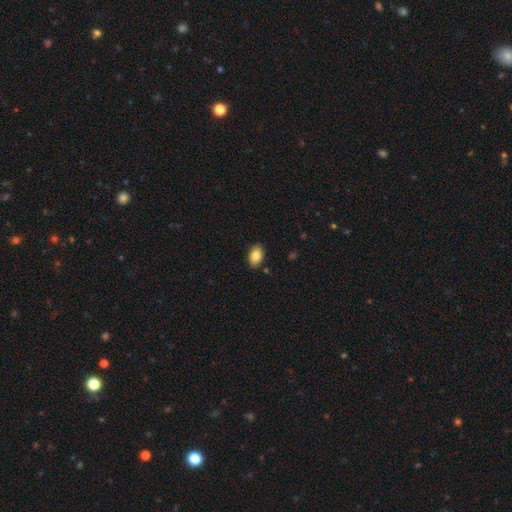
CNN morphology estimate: Q: Smooth or featured?
A: smooth (86%); runner-up: star or artifact (7%)
Q: How rounded?
A: in between (88%); runner-up: round (10%)
Q: Merging?
A: none (87%); runner-up: minor disturbance (9%)